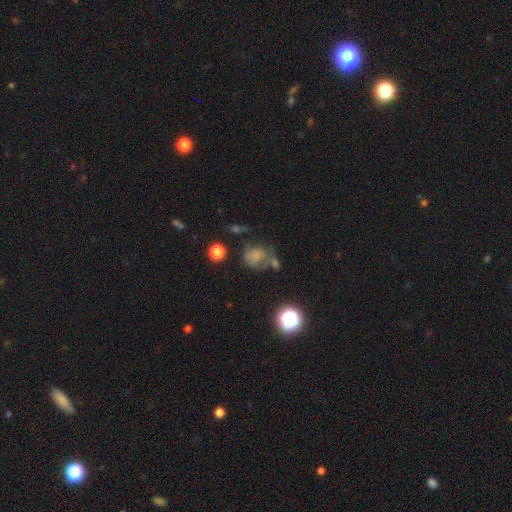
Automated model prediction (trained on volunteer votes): Smooth or featured: smooth — 62% (featured or disk — 21%)
How rounded: round — 65% (in between — 34%)
Merging: none — 37% (minor disturbance — 23%)